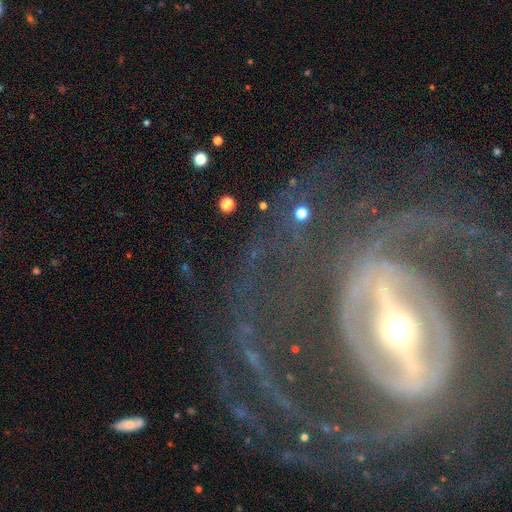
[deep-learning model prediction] This appears to be a featured or disk galaxy (89%) with a strong bar (81%), 2 (47%) tight (46%) spiral arms (87%) and a small central bulge (47%). Merging: none (64%).